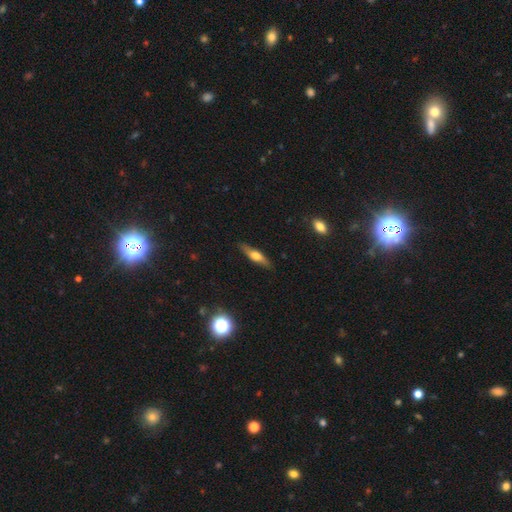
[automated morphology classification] A featured or disk galaxy (48%). Merging: none (86%).